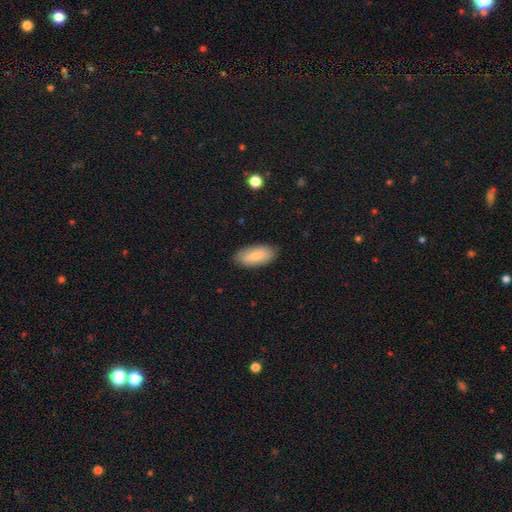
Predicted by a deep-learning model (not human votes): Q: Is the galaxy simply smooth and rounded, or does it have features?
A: smooth — 80%.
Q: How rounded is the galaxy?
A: in between — 91%.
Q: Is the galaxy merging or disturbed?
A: none — 85%.